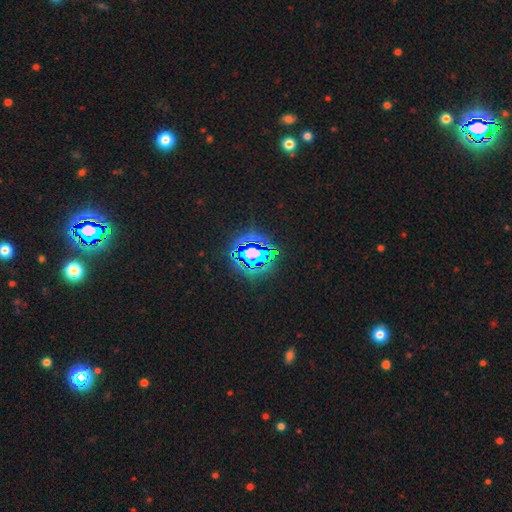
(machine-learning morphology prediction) Smooth or featured?
  - star or artifact: 68% *
  - smooth: 18%
  - featured or disk: 14%